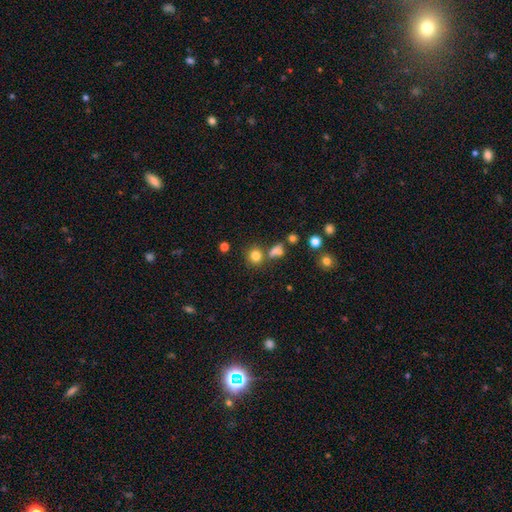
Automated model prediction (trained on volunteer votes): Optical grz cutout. It shows a smooth galaxy with no disk features (80%) that is round (86%). Merging: none (71%).